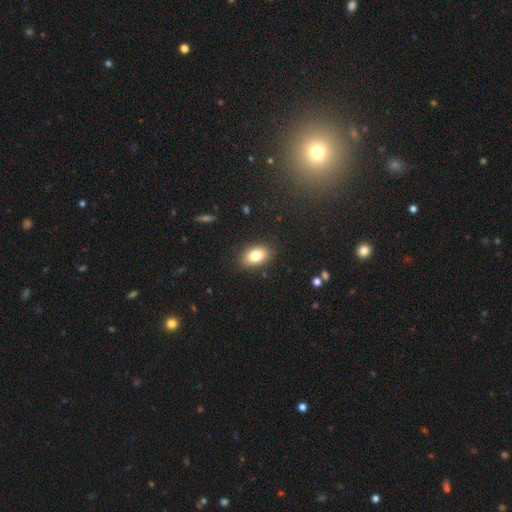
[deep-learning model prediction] Q: Smooth or featured?
A: smooth (81%); runner-up: featured or disk (10%)
Q: How rounded?
A: in between (87%); runner-up: round (11%)
Q: Merging?
A: none (87%); runner-up: minor disturbance (10%)